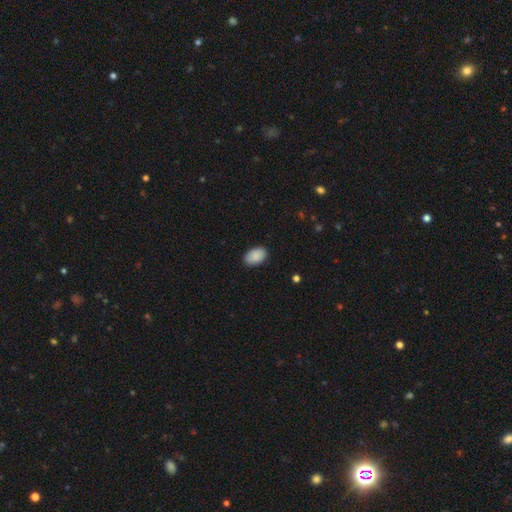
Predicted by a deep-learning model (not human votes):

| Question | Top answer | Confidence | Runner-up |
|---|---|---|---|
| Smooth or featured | smooth | 89% | star or artifact (6%) |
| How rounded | in between | 92% | round (7%) |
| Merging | none | 86% | minor disturbance (11%) |